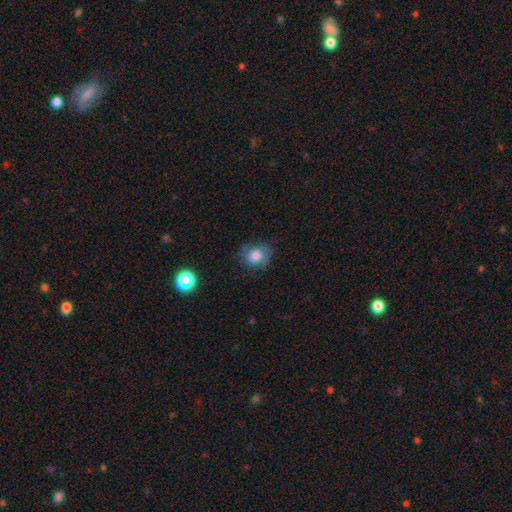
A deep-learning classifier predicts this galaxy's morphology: Smooth or featured: smooth — 76% (featured or disk — 14%)
How rounded: round — 68% (in between — 31%)
Merging: none — 74% (minor disturbance — 19%)